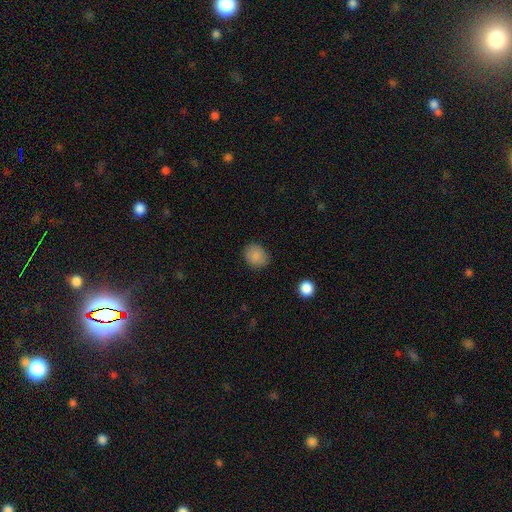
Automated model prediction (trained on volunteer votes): smooth-or-featured: smooth: 87% | star or artifact: 9% | featured or disk: 4%
  how-rounded: round: 67% | in between: 32% | cigar-shaped: 1%
  merging: none: 85% | minor disturbance: 11% | major disturbance: 3% | merger: 1%